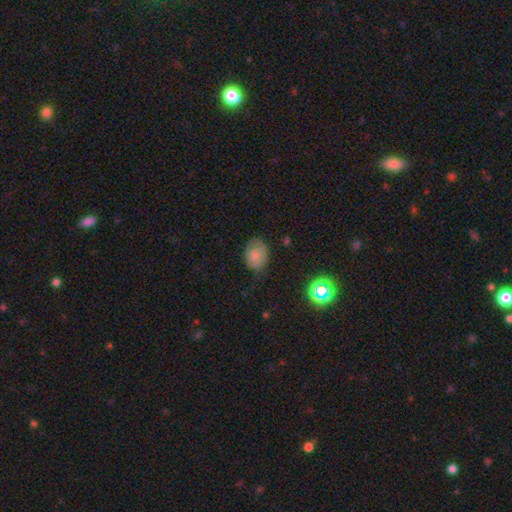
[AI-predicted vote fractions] Smooth or featured?
  - smooth: 73% *
  - featured or disk: 17%
  - star or artifact: 11%
How rounded?
  - in between: 64% *
  - round: 35%
  - cigar-shaped: 1%
Merging?
  - none: 65% *
  - minor disturbance: 26%
  - major disturbance: 8%
  - merger: 1%